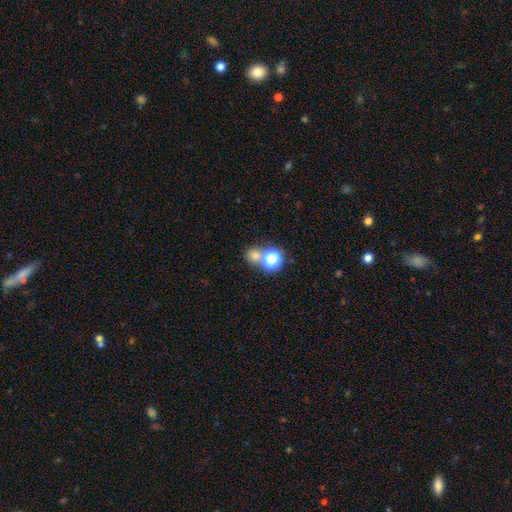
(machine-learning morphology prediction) smooth_or_featured: smooth (p=0.69) [alt: star or artifact p=0.23]
how_rounded: round (p=0.82) [alt: in between p=0.17]
merging: none (p=0.55) [alt: merger p=0.35]